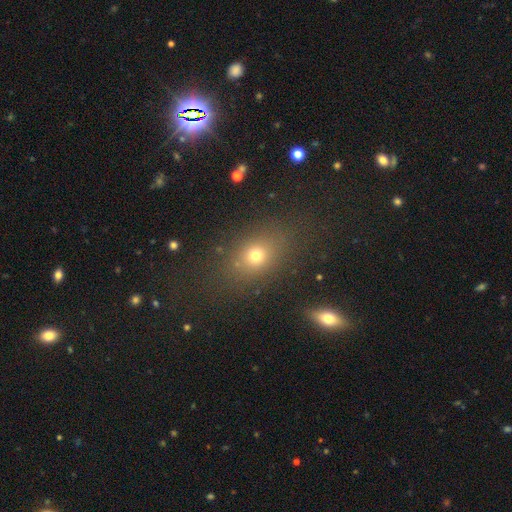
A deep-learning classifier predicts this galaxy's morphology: Smooth or featured? Predicted: smooth (p=0.70). How rounded? Predicted: in between (p=0.55). Merging? Predicted: none (p=0.79).